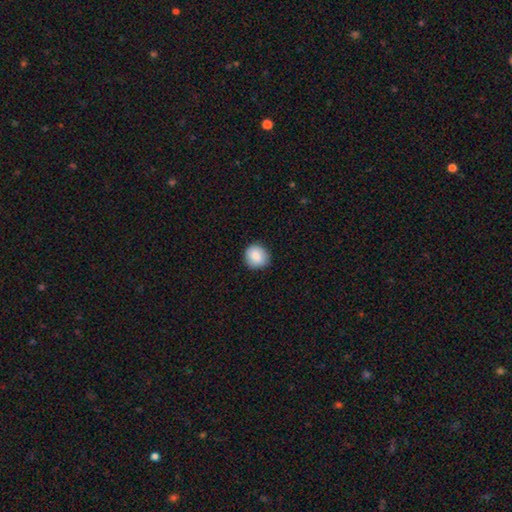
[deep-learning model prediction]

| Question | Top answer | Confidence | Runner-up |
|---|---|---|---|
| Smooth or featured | smooth | 85% | star or artifact (8%) |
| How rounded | round | 89% | in between (10%) |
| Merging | none | 88% | minor disturbance (9%) |